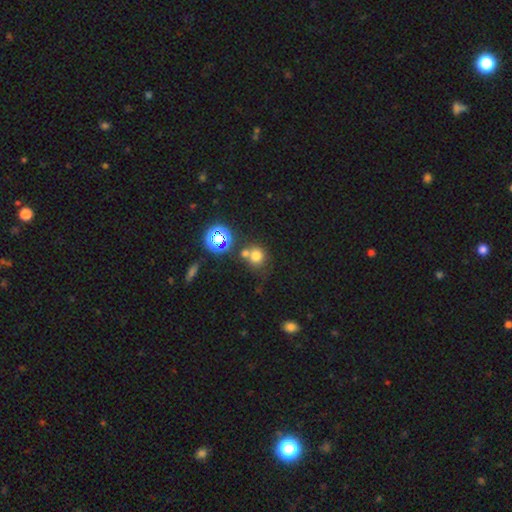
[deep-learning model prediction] Morphology: type=smooth (70%); roundness=round (84%); merging=none (56%).